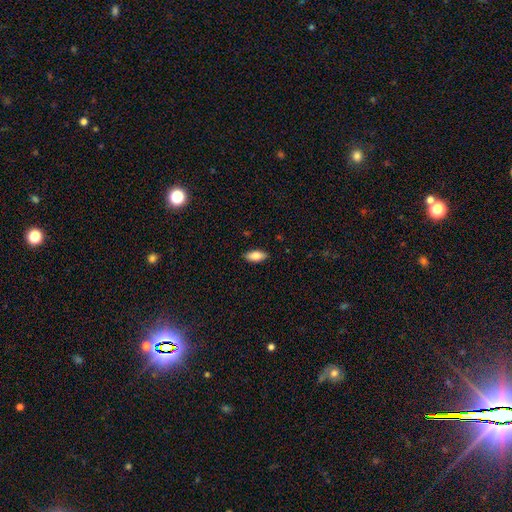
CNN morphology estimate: This appears to be a smooth galaxy with no disk features (81%) that is in between round and cigar-shaped (87%). Merging: none (88%).